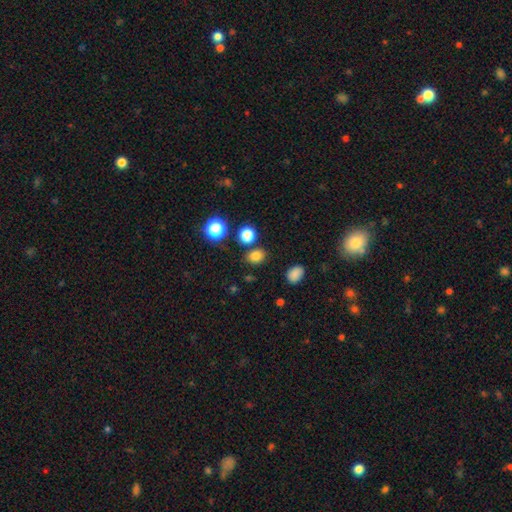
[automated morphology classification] A smooth galaxy with no disk features (79%) that is round (50%).

Vote fractions:
- Smooth or featured? smooth: 79% / star or artifact: 16% / featured or disk: 5%
- How rounded? round: 50% / in between: 49% / cigar-shaped: 1%
- Merging? none: 80% / minor disturbance: 10% / merger: 8% / major disturbance: 3%